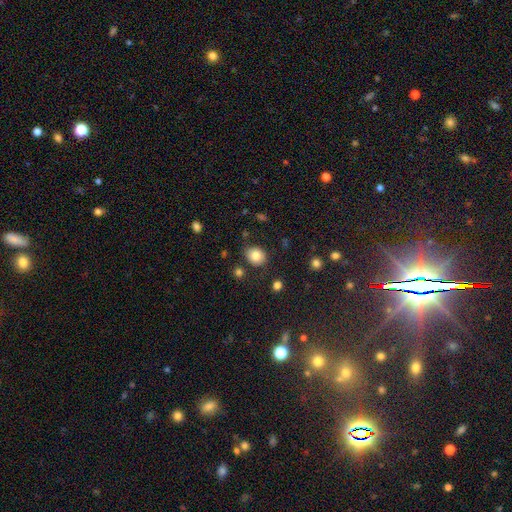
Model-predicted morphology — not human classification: type=smooth (83%); roundness=round (62%); merging=none (83%).